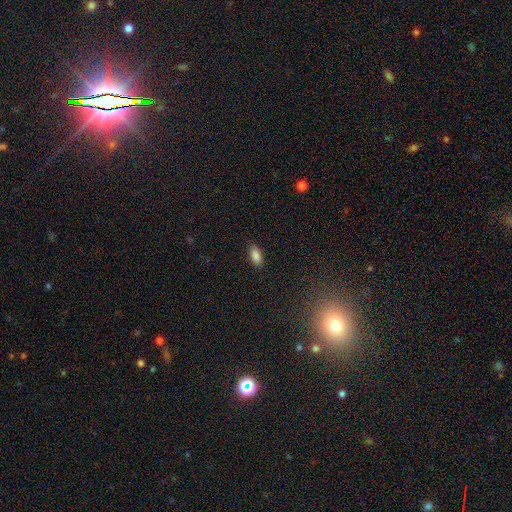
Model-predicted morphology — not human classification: Smooth or featured: smooth — 87% (star or artifact — 9%)
How rounded: in between — 89% (cigar-shaped — 9%)
Merging: none — 87% (minor disturbance — 10%)